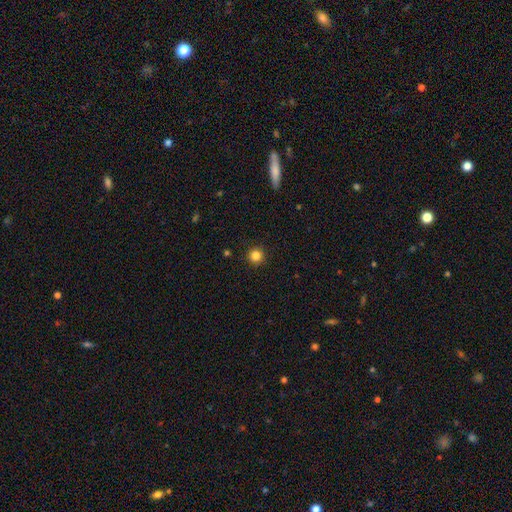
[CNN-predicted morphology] Smooth or featured? Predicted: smooth (p=0.84). How rounded? Predicted: round (p=0.96). Merging? Predicted: none (p=0.93).